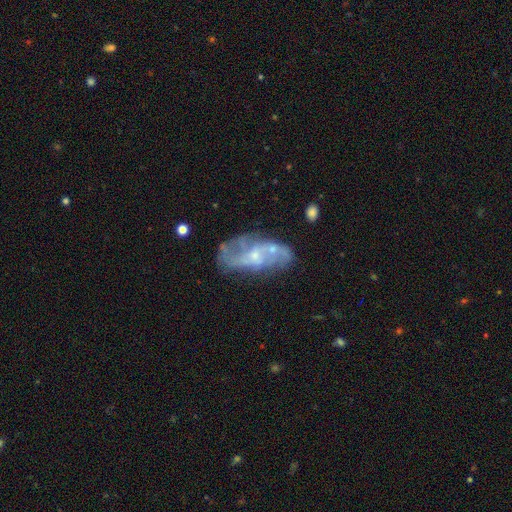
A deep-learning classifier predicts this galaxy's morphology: type=featured or disk (76%); edge-on=no (94%); bar=no (61%); spiral arms=yes (76%); winding=loose (49%); arm count=2 (58%); bulge=small (66%); merging=none (55%).